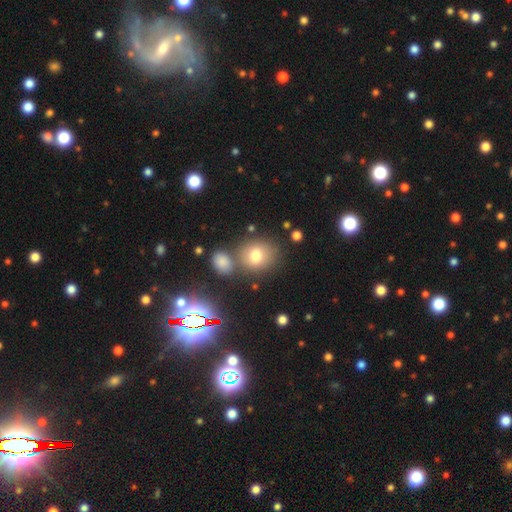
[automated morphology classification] smooth-or-featured: smooth: 74% | star or artifact: 13% | featured or disk: 13%
  how-rounded: round: 73% | in between: 26% | cigar-shaped: 1%
  merging: none: 67% | merger: 17% | minor disturbance: 12% | major disturbance: 5%